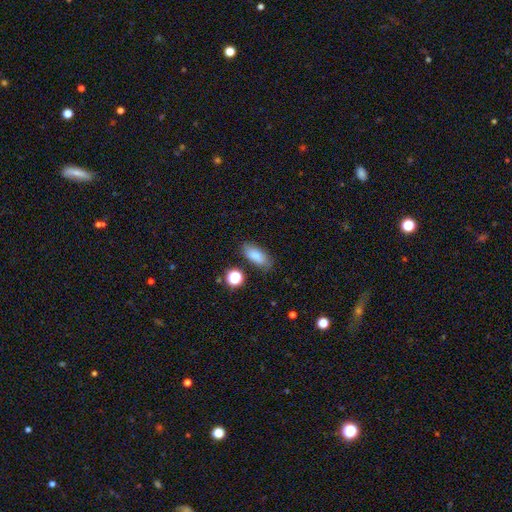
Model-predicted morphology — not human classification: smooth_or_featured: smooth (p=0.81) [alt: featured or disk p=0.10]
how_rounded: in between (p=0.84) [alt: cigar-shaped p=0.11]
merging: none (p=0.78) [alt: minor disturbance p=0.15]